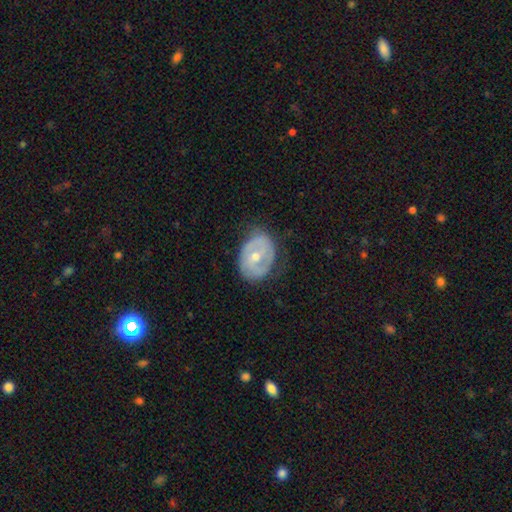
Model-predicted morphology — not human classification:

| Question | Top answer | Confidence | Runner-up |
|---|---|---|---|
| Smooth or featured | featured or disk | 61% | smooth (33%) |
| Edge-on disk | no | 94% | yes (6%) |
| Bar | no | 51% | weak (32%) |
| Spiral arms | no | 60% | yes (40%) |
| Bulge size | moderate | 62% | small (34%) |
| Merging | none | 67% | minor disturbance (24%) |